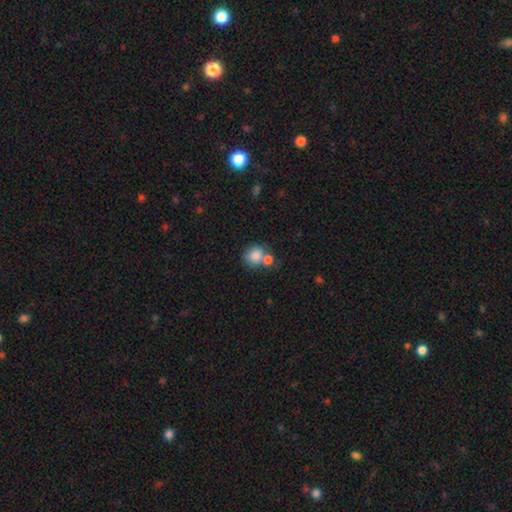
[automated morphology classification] smooth_or_featured: smooth (p=0.83) [alt: star or artifact p=0.09]
how_rounded: round (p=0.78) [alt: in between p=0.21]
merging: none (p=0.45) [alt: merger p=0.39]